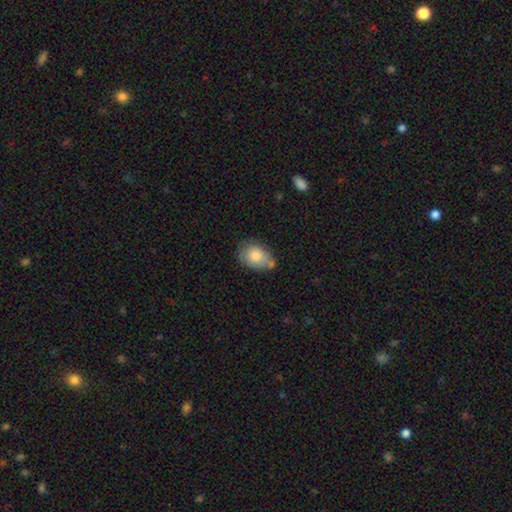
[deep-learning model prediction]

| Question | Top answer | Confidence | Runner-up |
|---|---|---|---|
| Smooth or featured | smooth | 79% | featured or disk (14%) |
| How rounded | in between | 73% | round (26%) |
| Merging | none | 53% | minor disturbance (27%) |